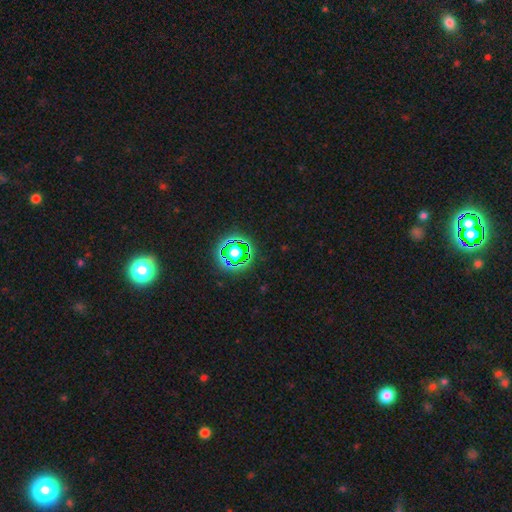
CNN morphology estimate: Q: Smooth or featured?
A: star or artifact (79%); runner-up: smooth (15%)